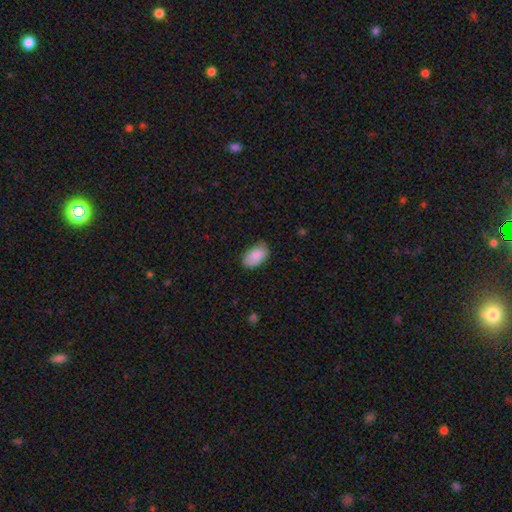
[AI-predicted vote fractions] smooth 85%, featured or disk 9%, star or artifact 6%. Down the decision tree: how rounded — in between (93%); merging — none (75%).